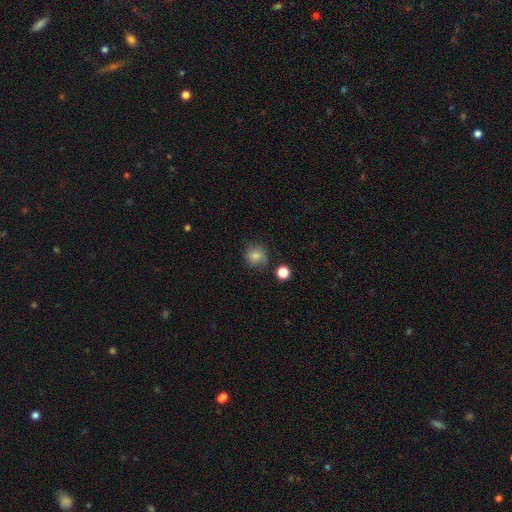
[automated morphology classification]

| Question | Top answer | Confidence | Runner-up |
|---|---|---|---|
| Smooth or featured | smooth | 79% | star or artifact (12%) |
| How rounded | round | 85% | in between (14%) |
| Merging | none | 72% | minor disturbance (19%) |